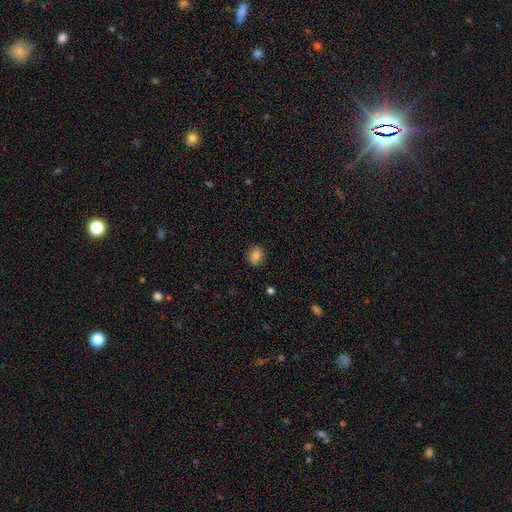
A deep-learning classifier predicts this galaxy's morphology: This appears to be a smooth galaxy with no disk features (81%) that is round (61%). Merging: none (88%).